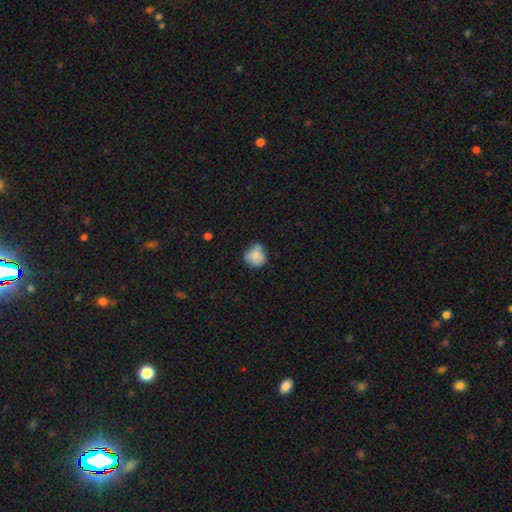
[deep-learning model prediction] Morphology: type=smooth (79%); roundness=round (73%); merging=none (50%).